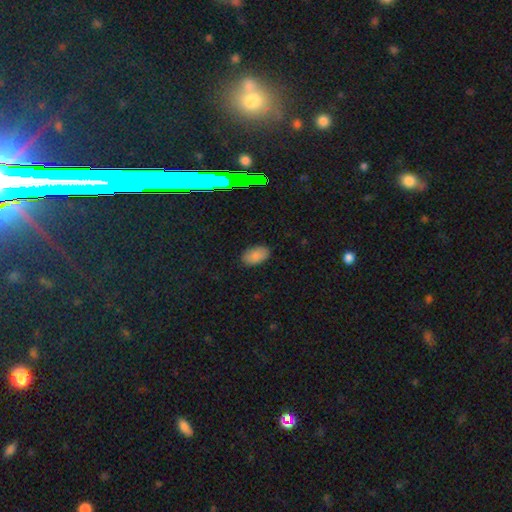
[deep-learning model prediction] This is clearly a smooth galaxy (85%). How rounded: clearly in between (94%). Merging: clearly none (87%).